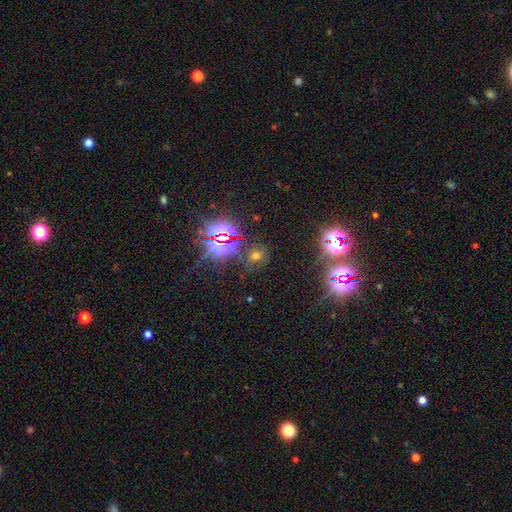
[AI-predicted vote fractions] Smooth or featured? star or artifact (52%)